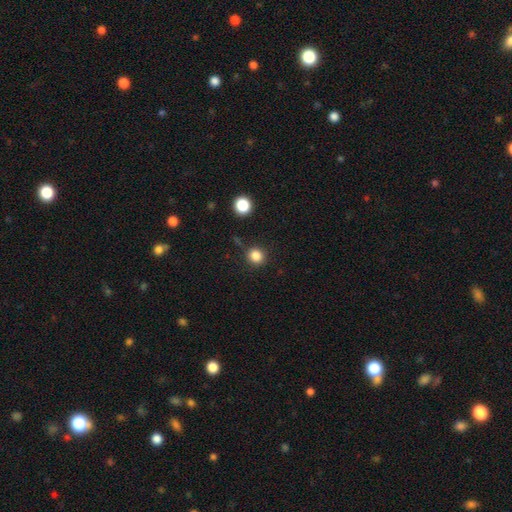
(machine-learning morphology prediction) Q: Smooth or featured?
A: smooth (84%); runner-up: star or artifact (12%)
Q: How rounded?
A: round (88%); runner-up: in between (11%)
Q: Merging?
A: none (85%); runner-up: minor disturbance (9%)